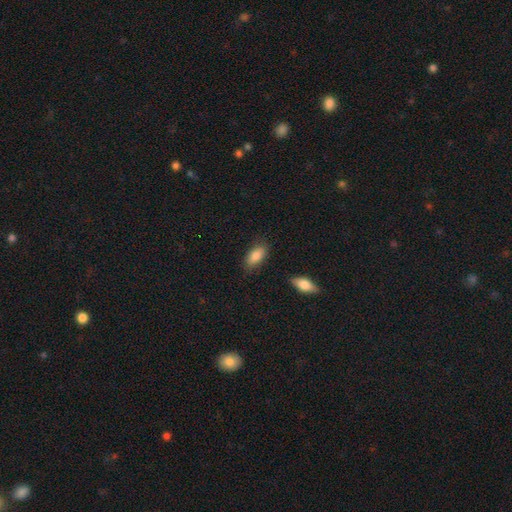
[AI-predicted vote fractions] Morphology: type=smooth (86%); roundness=in between (89%); merging=none (81%).